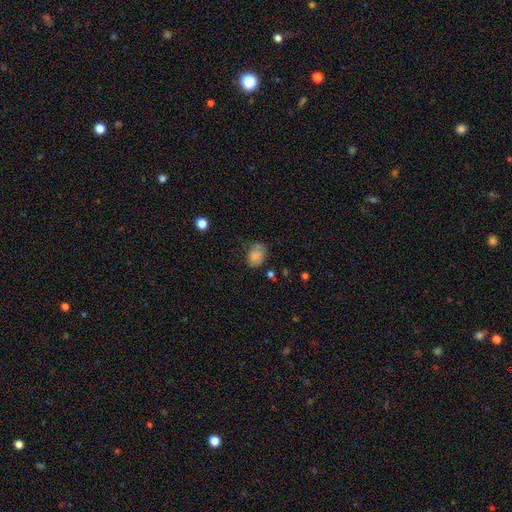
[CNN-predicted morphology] Smooth or featured? smooth (80%)
How rounded? in between (70%)
Merging? none (58%)